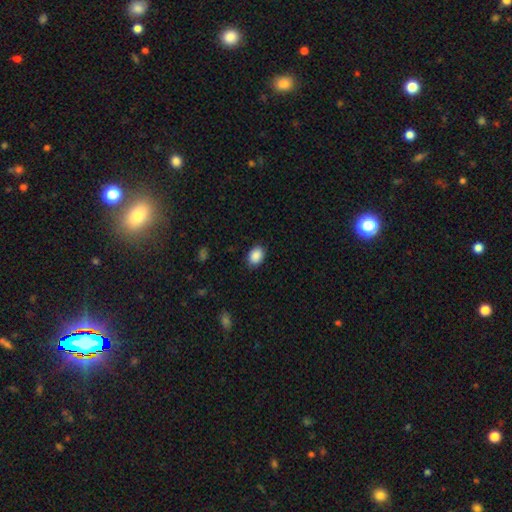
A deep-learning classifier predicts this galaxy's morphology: This is clearly a smooth galaxy (89%). How rounded: likely in between (75%). Merging: clearly none (86%).